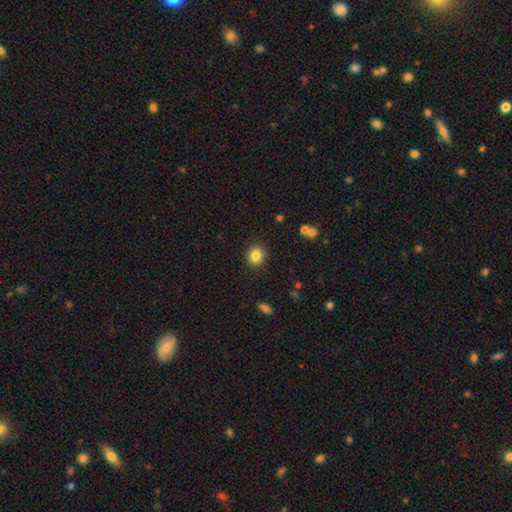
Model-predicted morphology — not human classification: Overall: smooth (84%). How rounded: round (73%). Merging: none (89%).